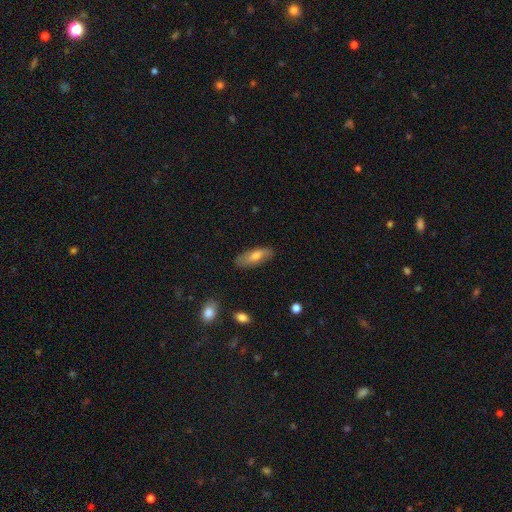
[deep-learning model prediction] smooth_or_featured: smooth (p=0.67) [alt: featured or disk p=0.26]
how_rounded: in between (p=0.73) [alt: cigar-shaped p=0.25]
merging: none (p=0.81) [alt: minor disturbance p=0.14]